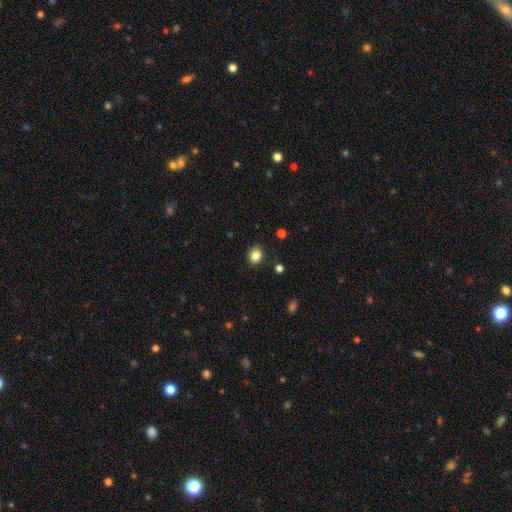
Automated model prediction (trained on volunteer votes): Smooth or featured? smooth (85%)
How rounded? round (61%)
Merging? none (84%)